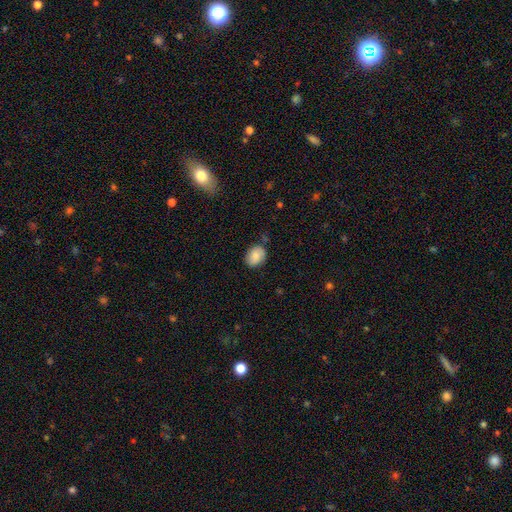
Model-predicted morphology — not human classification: A smooth galaxy with no disk features (81%) that is in between round and cigar-shaped (59%). Merging: none (76%).